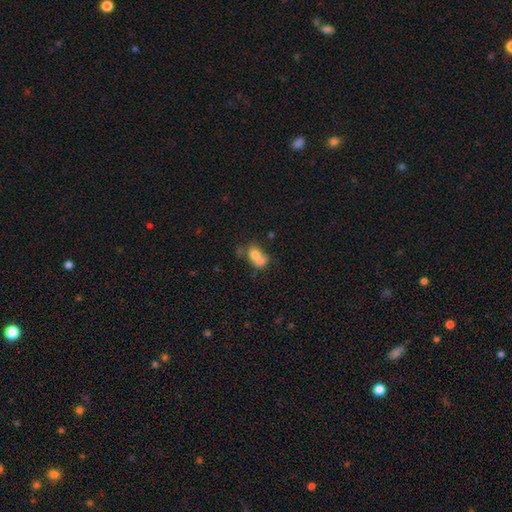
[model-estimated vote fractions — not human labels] smooth-or-featured: smooth: 68% | featured or disk: 21% | star or artifact: 11%
  how-rounded: in between: 58% | round: 40% | cigar-shaped: 2%
  merging: merger: 56% | none: 24% | minor disturbance: 12% | major disturbance: 9%